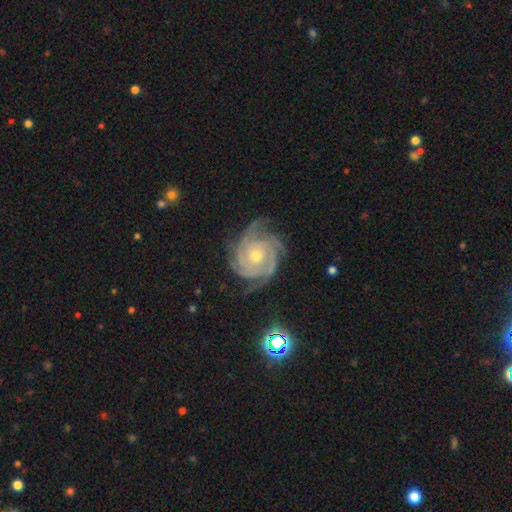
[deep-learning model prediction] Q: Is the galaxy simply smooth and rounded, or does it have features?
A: featured or disk — 91%.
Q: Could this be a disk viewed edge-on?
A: no — 98%.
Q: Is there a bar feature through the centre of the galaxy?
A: no — 77%.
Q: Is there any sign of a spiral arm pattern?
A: yes — 98%.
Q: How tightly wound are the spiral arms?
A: tight — 75%.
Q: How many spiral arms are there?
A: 3 — 34%.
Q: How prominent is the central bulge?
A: moderate — 55%.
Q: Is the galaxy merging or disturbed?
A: none — 74%.